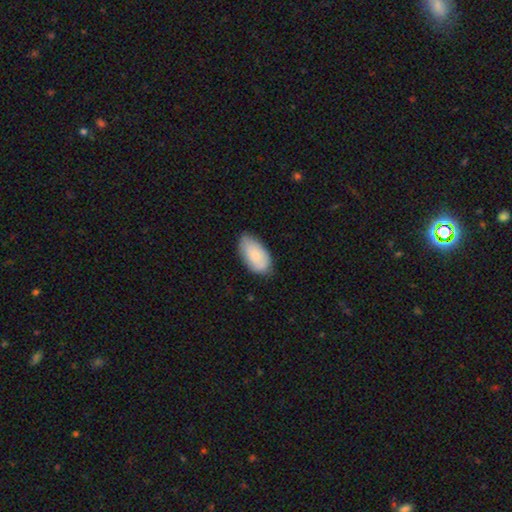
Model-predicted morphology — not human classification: This appears to be a smooth galaxy with no disk features (82%) that is in between round and cigar-shaped (95%). Merging: none (70%).